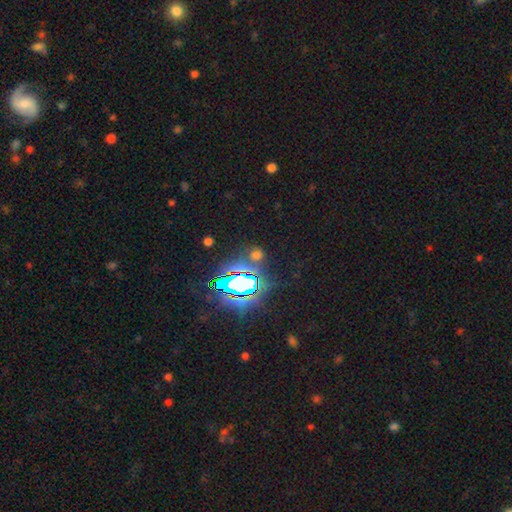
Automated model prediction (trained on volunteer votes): Overall: star or artifact (54%; smooth 38%).